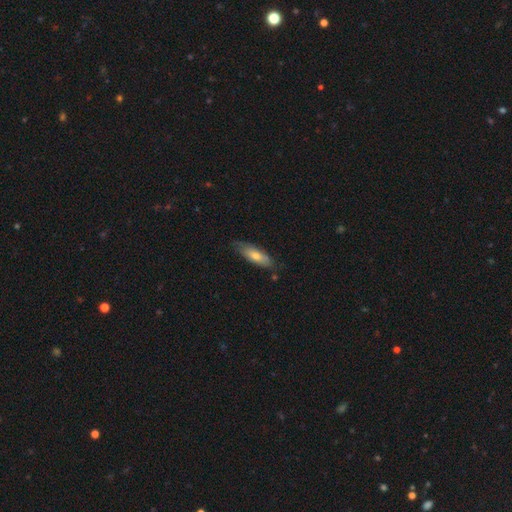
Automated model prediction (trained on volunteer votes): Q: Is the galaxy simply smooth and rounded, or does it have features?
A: smooth — 64%.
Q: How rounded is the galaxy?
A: in between — 52%.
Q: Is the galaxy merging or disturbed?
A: none — 75%.